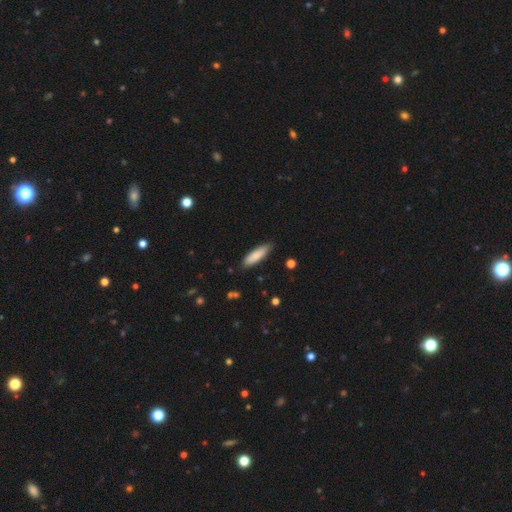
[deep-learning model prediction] The model was most divided on "how rounded": cigar-shaped: 61%, in between: 37%, round: 1%. More confident: merging — none (84%); smooth or featured — smooth (83%).